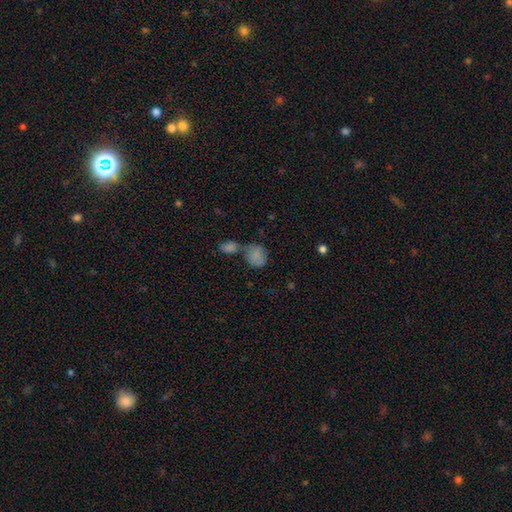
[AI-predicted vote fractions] This appears to be a smooth galaxy with no disk features (81%) that is round (56%). Merging: merger (45%).